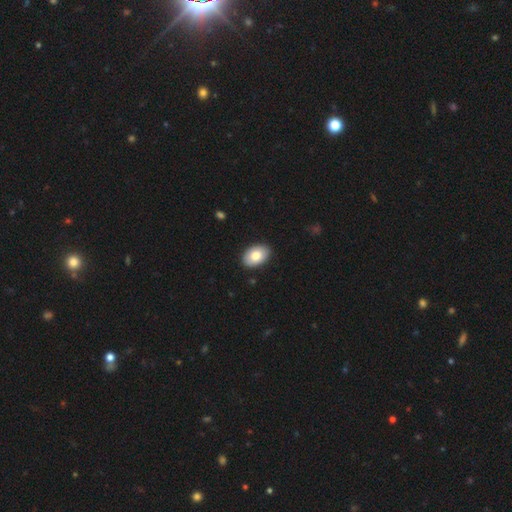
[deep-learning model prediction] Smooth or featured?
  - smooth: 81% *
  - featured or disk: 13%
  - star or artifact: 6%
How rounded?
  - in between: 90% *
  - round: 9%
  - cigar-shaped: 1%
Merging?
  - none: 89% *
  - minor disturbance: 8%
  - major disturbance: 2%
  - merger: 1%